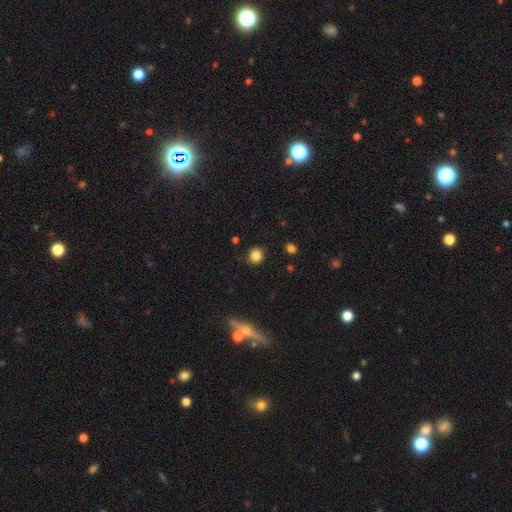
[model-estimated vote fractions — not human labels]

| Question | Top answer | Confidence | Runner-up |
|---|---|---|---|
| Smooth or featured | smooth | 83% | star or artifact (12%) |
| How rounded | round | 89% | in between (10%) |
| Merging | none | 90% | minor disturbance (7%) |